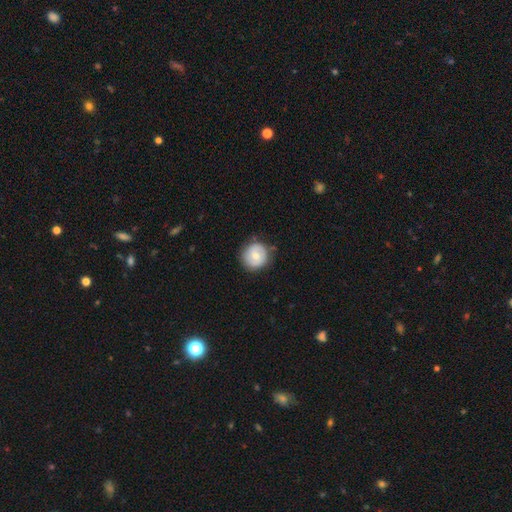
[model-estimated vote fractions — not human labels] A smooth galaxy with no disk features (59%) that is round (91%). Merging: none (80%).